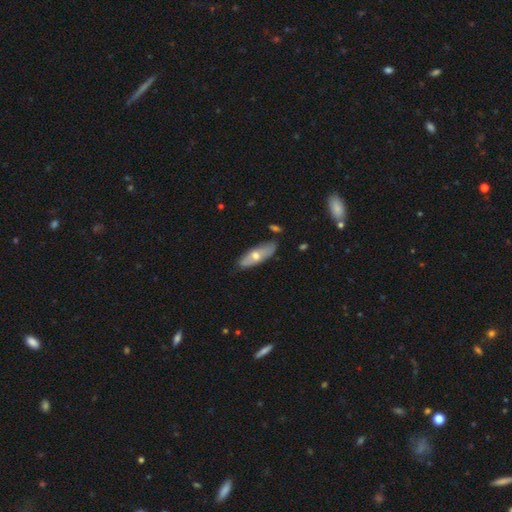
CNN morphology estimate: A smooth galaxy with no disk features (53%) that is in between round and cigar-shaped (63%). Merging: none (79%).